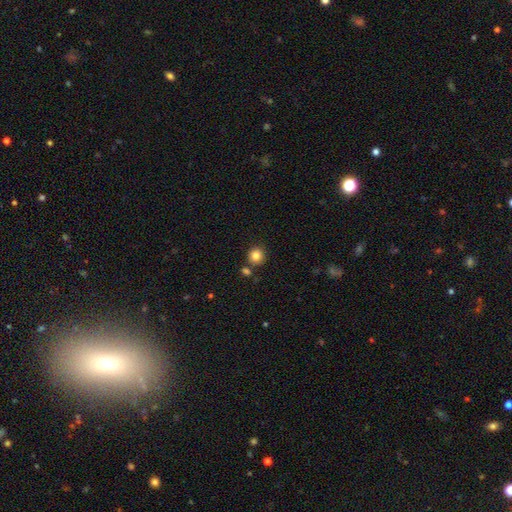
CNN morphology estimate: Smooth or featured?
  - smooth: 83% *
  - star or artifact: 11%
  - featured or disk: 6%
How rounded?
  - round: 90% *
  - in between: 9%
  - cigar-shaped: 1%
Merging?
  - none: 80% *
  - merger: 10%
  - minor disturbance: 8%
  - major disturbance: 2%